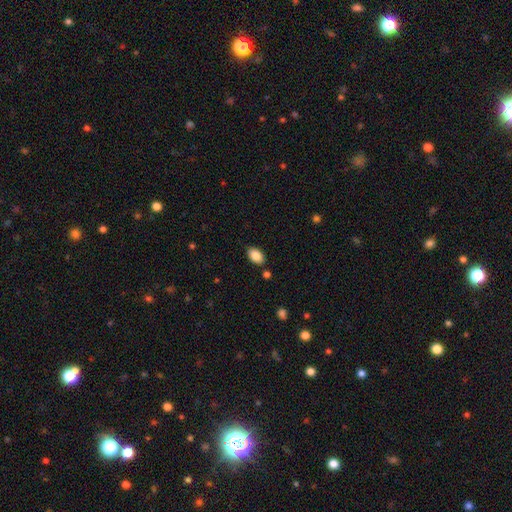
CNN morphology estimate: Smooth or featured?
  - smooth: 86% *
  - star or artifact: 8%
  - featured or disk: 7%
How rounded?
  - in between: 92% *
  - round: 7%
  - cigar-shaped: 1%
Merging?
  - none: 84% *
  - minor disturbance: 10%
  - merger: 3%
  - major disturbance: 2%